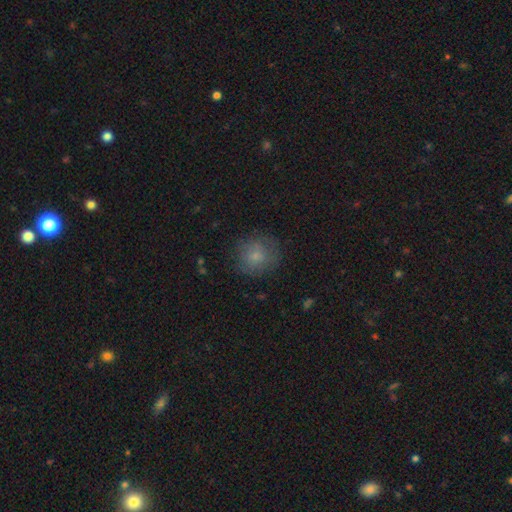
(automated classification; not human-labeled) A smooth galaxy with no disk features (77%) that is round (85%). Merging: none (75%).